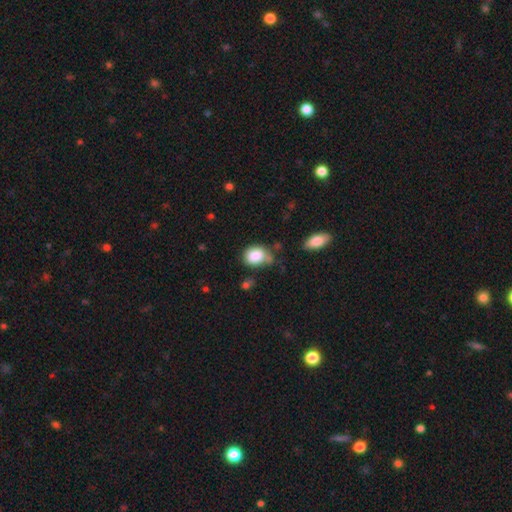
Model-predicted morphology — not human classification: This appears to be a smooth galaxy with no disk features (84%) that is in between round and cigar-shaped (59%). Merging: none (48%).